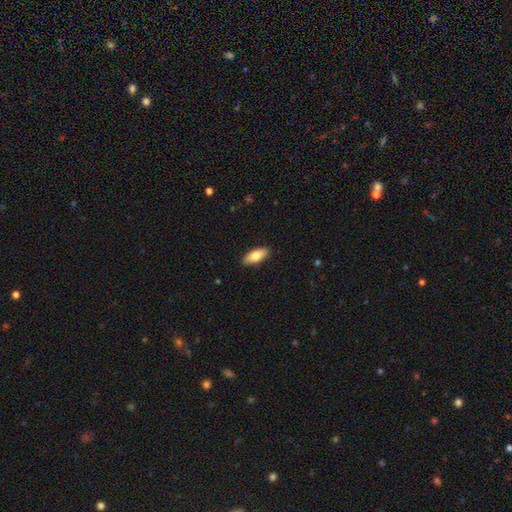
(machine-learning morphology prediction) type=smooth (77%); roundness=in between (79%); merging=none (89%).